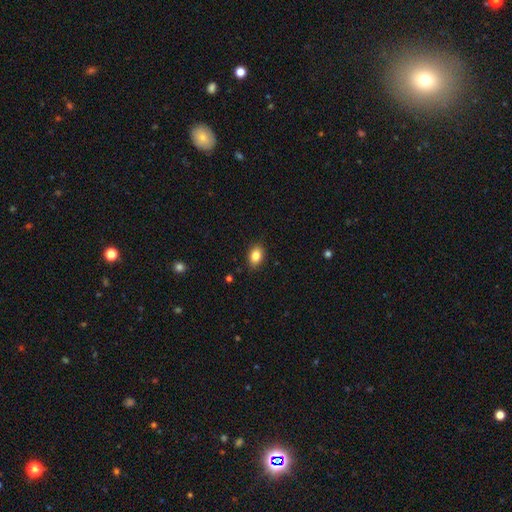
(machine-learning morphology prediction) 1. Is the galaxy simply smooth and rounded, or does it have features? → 83% smooth, 9% star or artifact, 8% featured or disk.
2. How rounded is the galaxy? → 78% in between, 21% round, 1% cigar-shaped.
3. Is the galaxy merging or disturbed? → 86% none, 10% minor disturbance, 2% major disturbance, 1% merger.